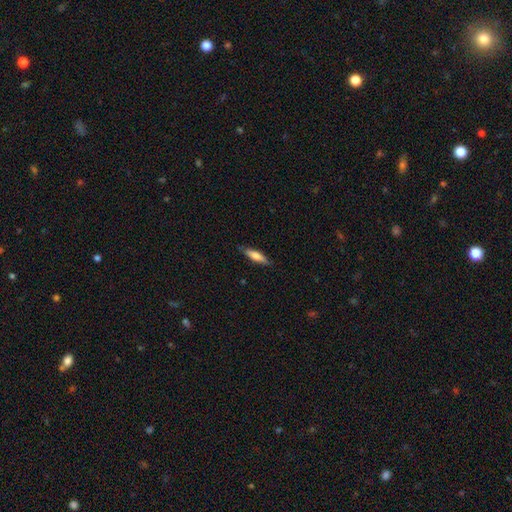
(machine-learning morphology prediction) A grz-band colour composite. It shows a smooth galaxy with no disk features (66%) that is cigar-shaped (71%). Merging: none (84%).